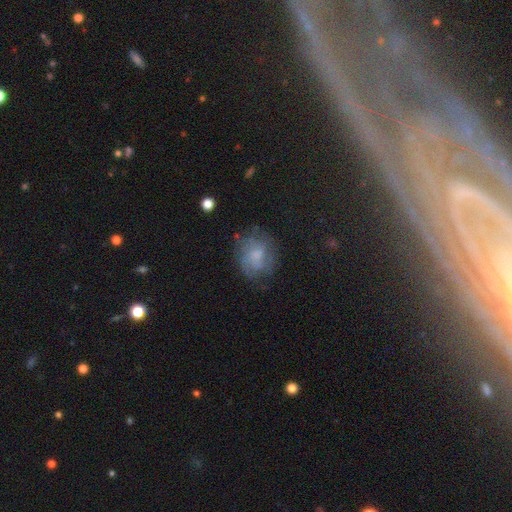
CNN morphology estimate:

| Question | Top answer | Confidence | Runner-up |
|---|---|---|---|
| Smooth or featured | featured or disk | 45% | smooth (43%) |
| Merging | none | 62% | minor disturbance (22%) |